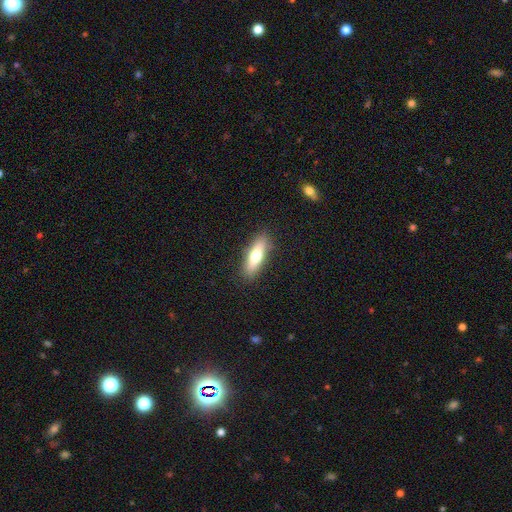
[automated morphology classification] A smooth galaxy with no disk features (66%) that is cigar-shaped (55%). Merging: none (88%).